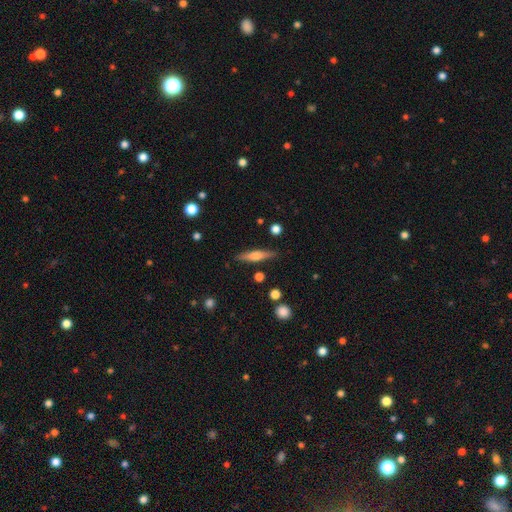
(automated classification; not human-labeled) Morphology: type=featured or disk (48%); merging=none (86%).